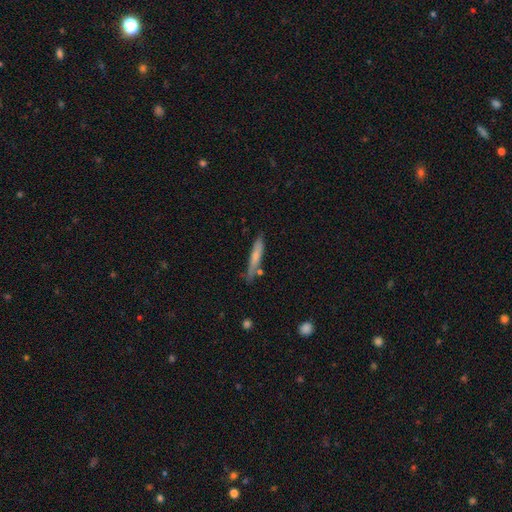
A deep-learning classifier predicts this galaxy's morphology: Smooth or featured: smooth — 64% (featured or disk — 30%)
How rounded: cigar-shaped — 92% (in between — 7%)
Merging: none — 71% (minor disturbance — 19%)